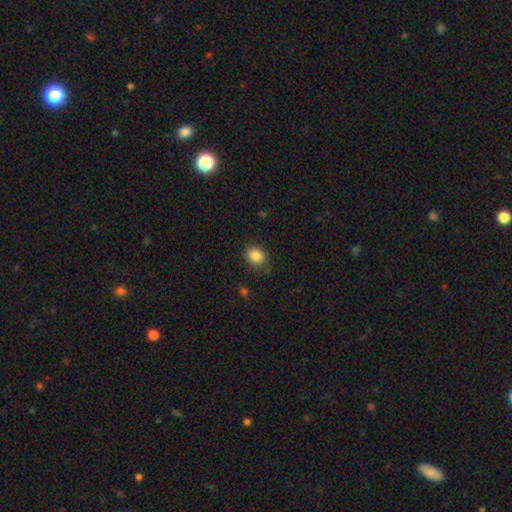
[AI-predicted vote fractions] This appears to be a smooth galaxy with no disk features (86%) that is in between round and cigar-shaped (54%). Merging: none (78%).